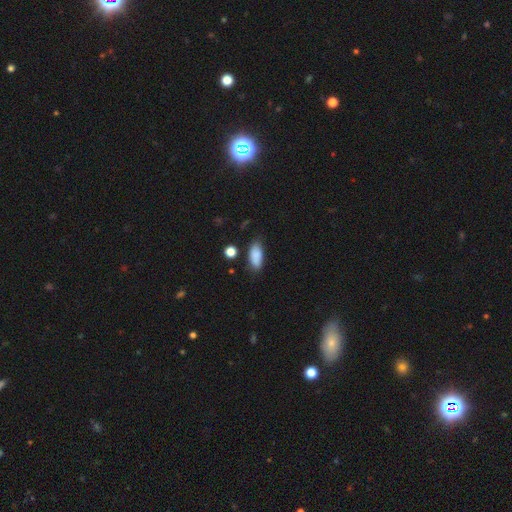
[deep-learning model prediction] Morphology: type=smooth (86%); roundness=in between (84%); merging=none (72%).